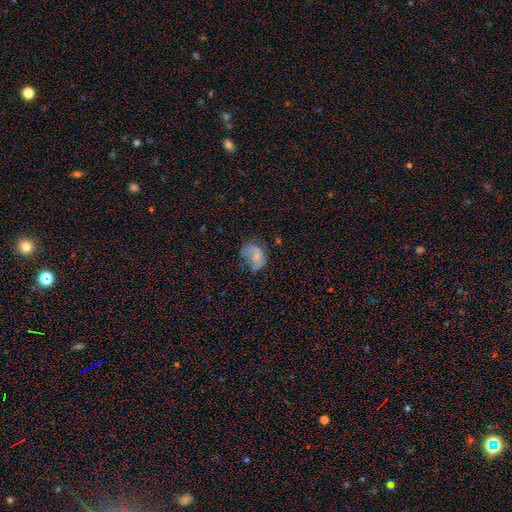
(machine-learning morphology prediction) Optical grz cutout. It shows a smooth galaxy with no disk features (60%) that is in between round and cigar-shaped (66%). Merging: none (40%).